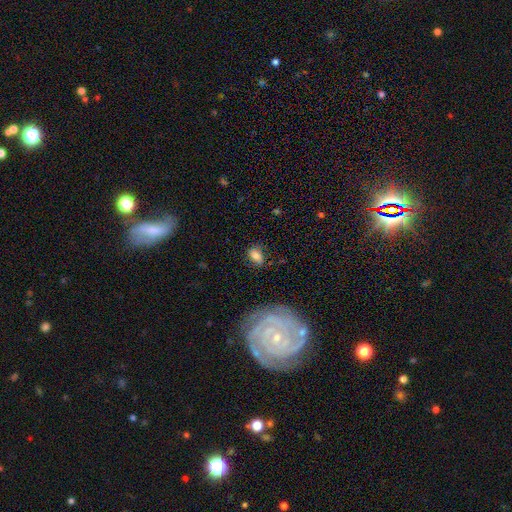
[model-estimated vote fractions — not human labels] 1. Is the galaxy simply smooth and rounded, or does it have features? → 70% smooth, 19% featured or disk, 11% star or artifact.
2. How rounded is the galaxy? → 79% in between, 17% round, 4% cigar-shaped.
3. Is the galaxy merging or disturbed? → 68% none, 22% minor disturbance, 8% major disturbance, 3% merger.